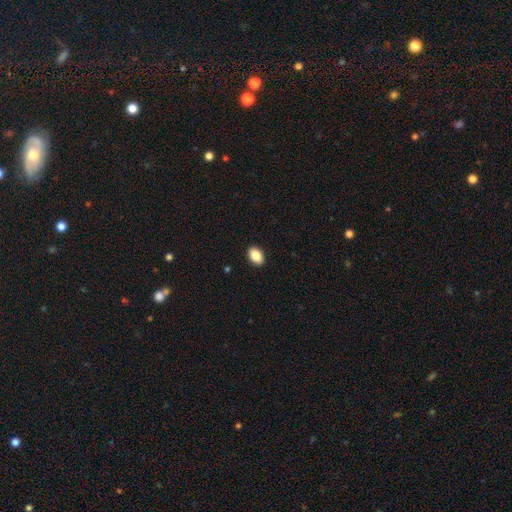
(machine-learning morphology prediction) The model was most divided on "how rounded": in between: 85%, round: 14%, cigar-shaped: 1%. More confident: merging — none (91%); smooth or featured — smooth (86%).